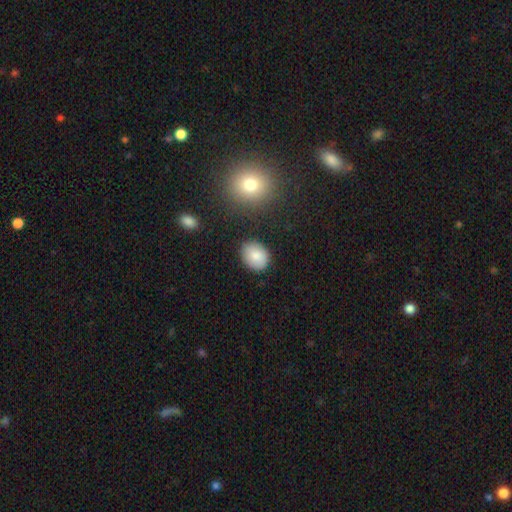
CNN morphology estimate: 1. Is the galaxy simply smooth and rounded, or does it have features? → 85% smooth, 8% star or artifact, 7% featured or disk.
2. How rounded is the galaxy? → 51% in between, 48% round, 1% cigar-shaped.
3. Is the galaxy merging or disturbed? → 83% none, 12% minor disturbance, 3% major disturbance, 2% merger.